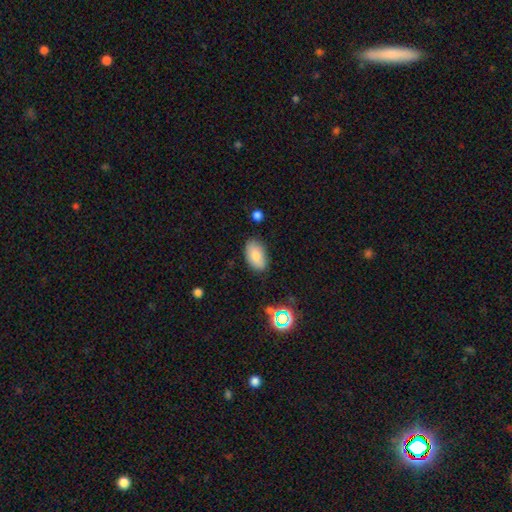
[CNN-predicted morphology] Smooth or featured? Predicted: smooth (p=0.80). How rounded? Predicted: in between (p=0.93). Merging? Predicted: none (p=0.79).